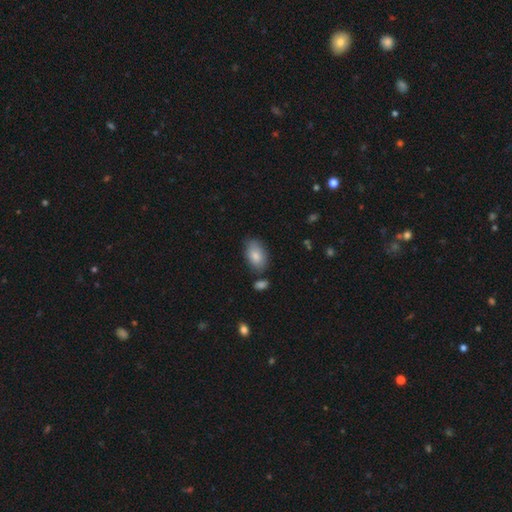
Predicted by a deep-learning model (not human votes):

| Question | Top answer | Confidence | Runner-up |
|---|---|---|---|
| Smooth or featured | smooth | 82% | featured or disk (11%) |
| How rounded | in between | 92% | round (6%) |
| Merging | none | 75% | minor disturbance (16%) |